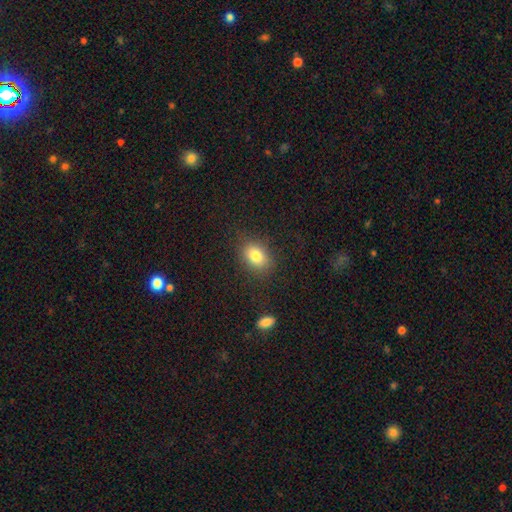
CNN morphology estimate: A smooth galaxy with no disk features (81%) that is in between round and cigar-shaped (70%).

Vote fractions:
- Smooth or featured? smooth: 81% / star or artifact: 10% / featured or disk: 8%
- How rounded? in between: 70% / round: 29% / cigar-shaped: 1%
- Merging? none: 83% / minor disturbance: 11% / major disturbance: 4% / merger: 2%